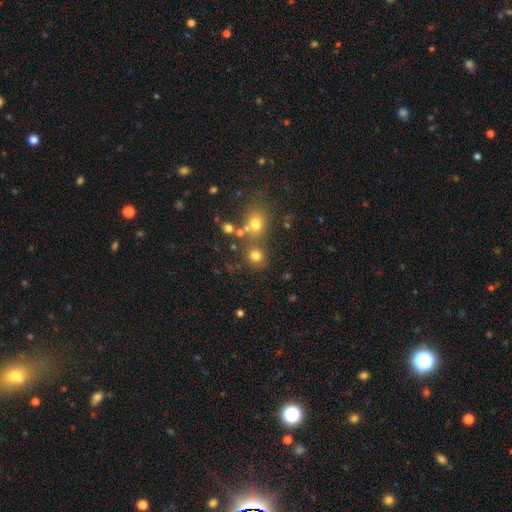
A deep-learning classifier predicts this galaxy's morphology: Overall: smooth (75%). How rounded: round (83%). Merging: none (66%).